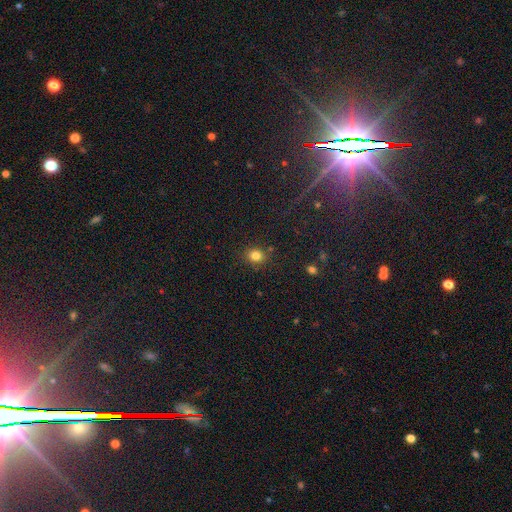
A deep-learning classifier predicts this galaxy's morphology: Smooth or featured: smooth — 82% (star or artifact — 13%)
How rounded: round — 72% (in between — 27%)
Merging: none — 85% (minor disturbance — 9%)